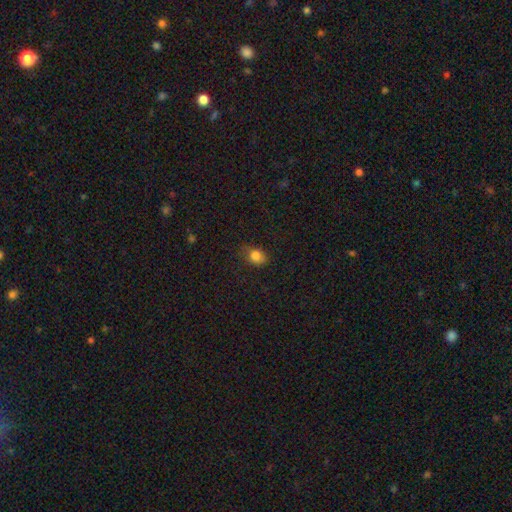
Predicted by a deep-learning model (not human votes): smooth_or_featured: smooth (p=0.83) [alt: star or artifact p=0.11]
how_rounded: in between (p=0.50) [alt: round p=0.48]
merging: none (p=0.68) [alt: minor disturbance p=0.24]